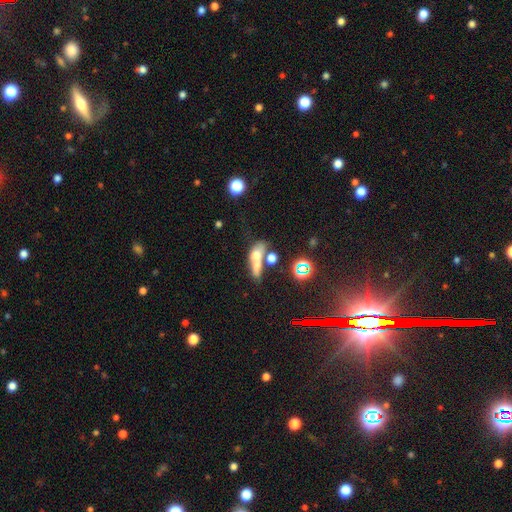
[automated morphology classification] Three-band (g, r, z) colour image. It shows a smooth galaxy with no disk features (55%) that is in between round and cigar-shaped (58%). Merging: merger (56%).